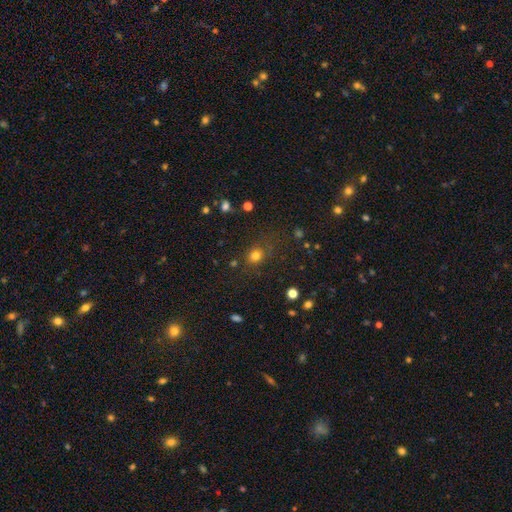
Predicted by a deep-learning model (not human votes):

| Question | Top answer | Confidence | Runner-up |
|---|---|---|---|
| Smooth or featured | smooth | 77% | star or artifact (16%) |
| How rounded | round | 71% | in between (28%) |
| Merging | none | 74% | minor disturbance (15%) |